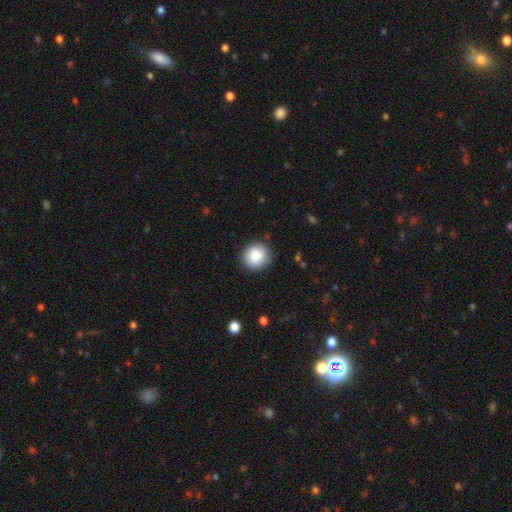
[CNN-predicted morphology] Smooth or featured? smooth (86%)
How rounded? round (90%)
Merging? none (89%)